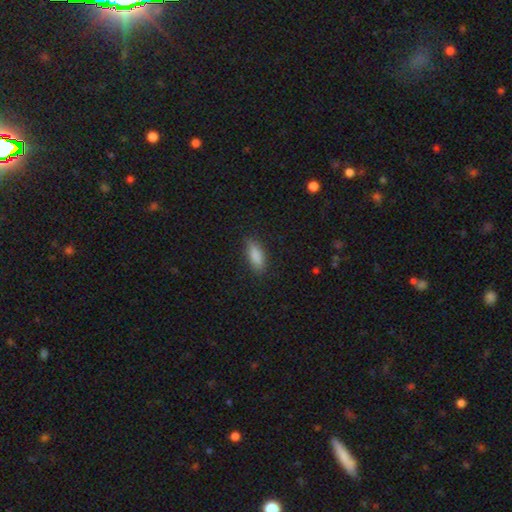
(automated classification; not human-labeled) This is clearly a smooth galaxy (86%). How rounded: likely in between (73%). Merging: clearly none (83%).